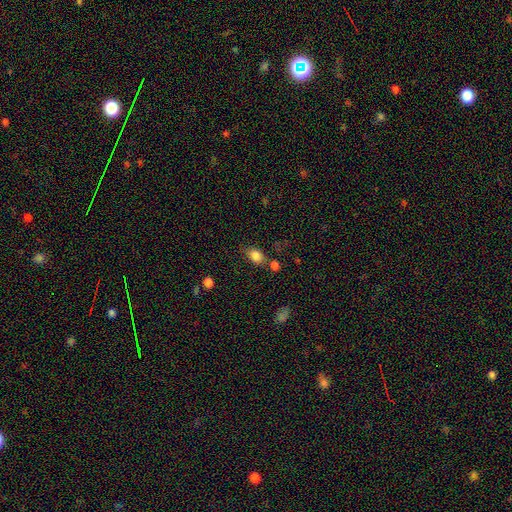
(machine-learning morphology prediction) A smooth galaxy with no disk features (83%) that is in between round and cigar-shaped (75%).

Vote fractions:
- Smooth or featured? smooth: 83% / star or artifact: 10% / featured or disk: 7%
- How rounded? in between: 75% / round: 23% / cigar-shaped: 2%
- Merging? none: 65% / minor disturbance: 16% / merger: 13% / major disturbance: 6%